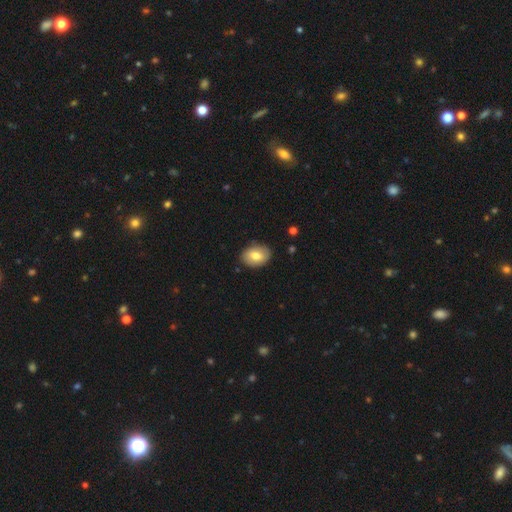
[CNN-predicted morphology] smooth 74%, featured or disk 18%, star or artifact 7%. Down the decision tree: how rounded — in between (79%); merging — none (85%).